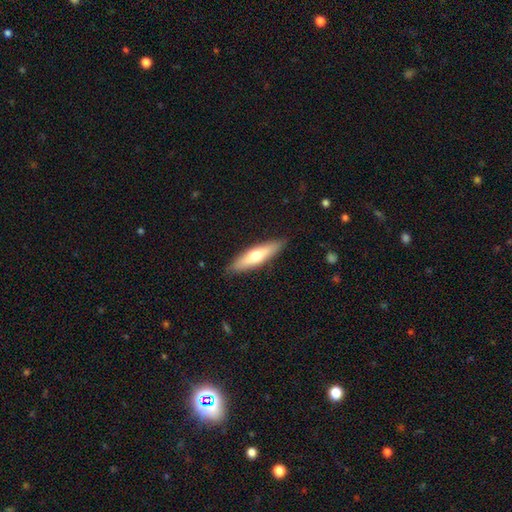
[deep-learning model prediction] Smooth or featured: smooth — 55% (featured or disk — 40%)
How rounded: cigar-shaped — 68% (in between — 30%)
Merging: none — 87% (minor disturbance — 10%)